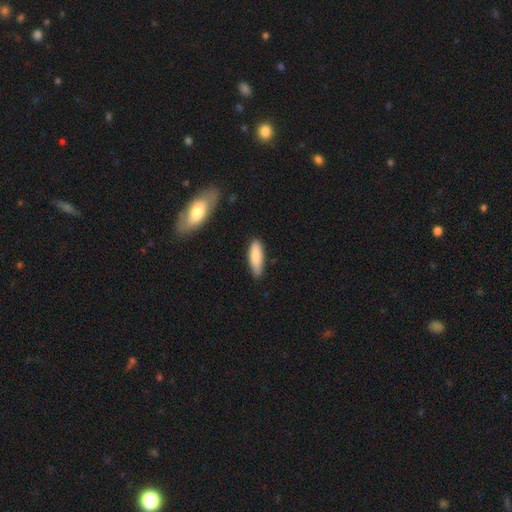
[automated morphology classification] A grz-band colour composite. It shows a smooth galaxy with no disk features (84%) that is in between round and cigar-shaped (49%, tied with cigar-shaped). Merging: none (80%).